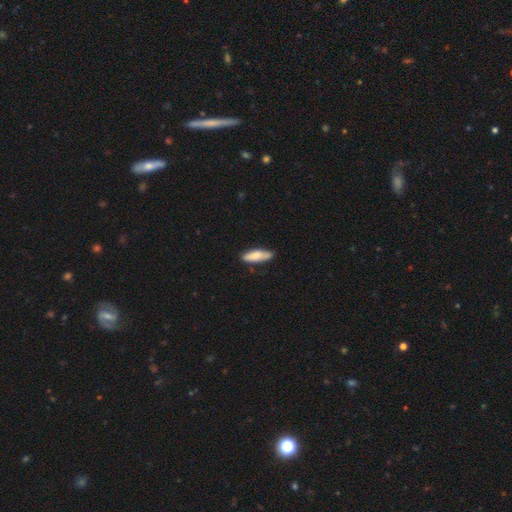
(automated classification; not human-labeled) The model was most divided on "how rounded": cigar-shaped: 55%, in between: 43%, round: 2%. More confident: smooth or featured — smooth (79%); merging — none (74%).